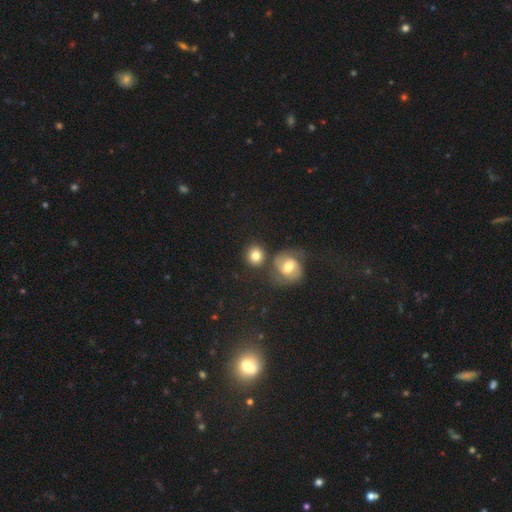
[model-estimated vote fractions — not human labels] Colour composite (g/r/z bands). It shows a smooth galaxy with no disk features (75%) that is round (88%). Merging: none (70%).